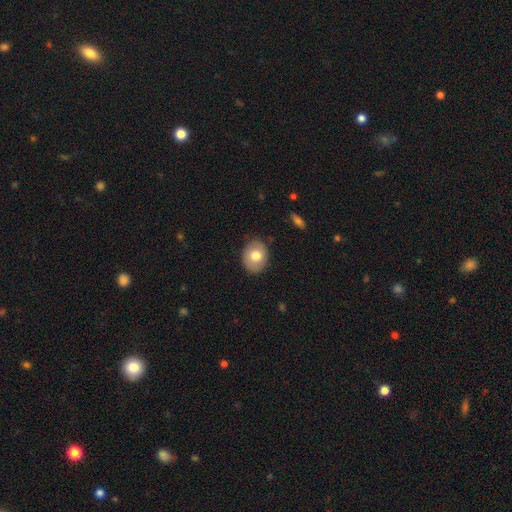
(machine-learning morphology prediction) A smooth galaxy with no disk features (74%) that is in between round and cigar-shaped (52%). Merging: none (86%).